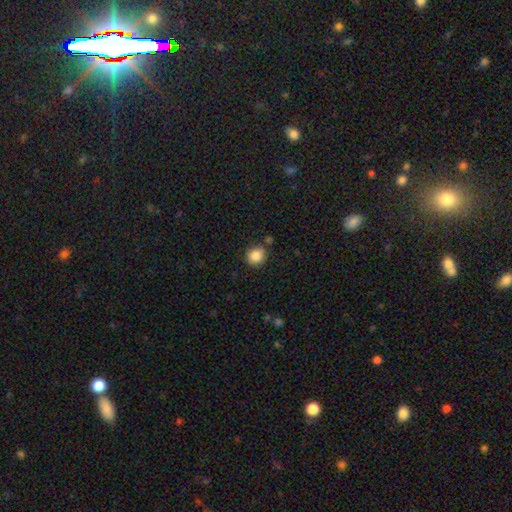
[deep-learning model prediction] Smooth or featured? smooth (86%)
How rounded? round (83%)
Merging? none (82%)